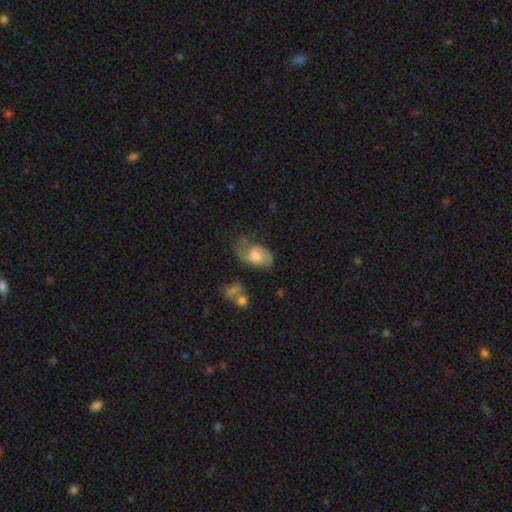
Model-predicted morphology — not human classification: This appears to be a featured or disk galaxy (59%) with no bar (57%), spiral arms (85%) and a moderate central bulge (55%). Merging: none (47%).